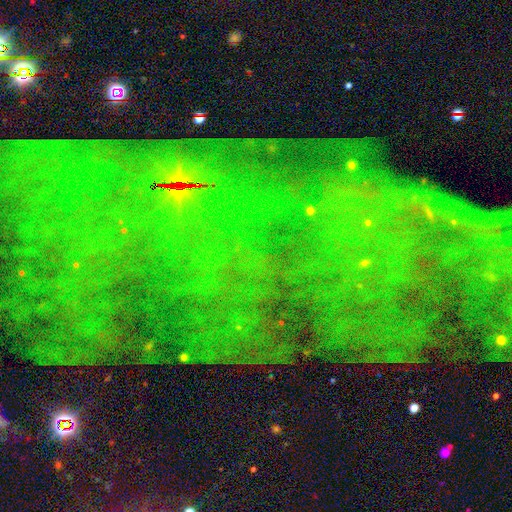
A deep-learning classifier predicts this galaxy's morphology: smooth_or_featured: star or artifact (p=0.75) [alt: featured or disk p=0.15]